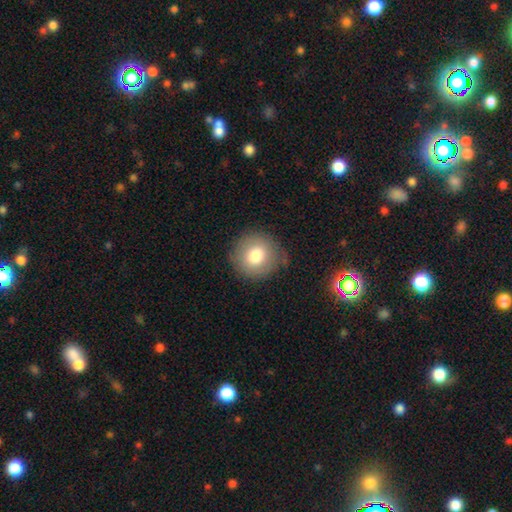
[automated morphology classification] Smooth or featured?
  - smooth: 78% *
  - featured or disk: 13%
  - star or artifact: 9%
How rounded?
  - round: 92% *
  - in between: 7%
  - cigar-shaped: 1%
Merging?
  - none: 82% *
  - minor disturbance: 13%
  - major disturbance: 4%
  - merger: 1%